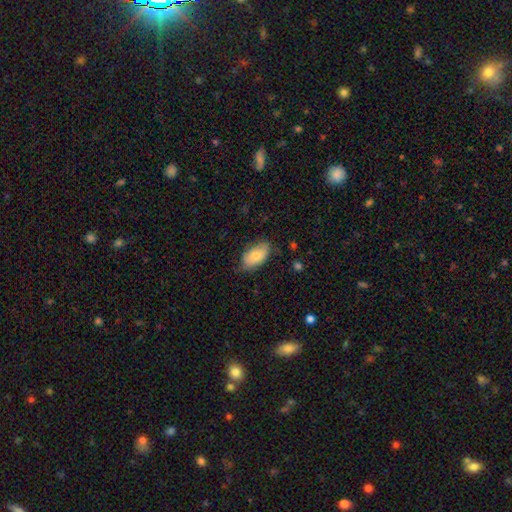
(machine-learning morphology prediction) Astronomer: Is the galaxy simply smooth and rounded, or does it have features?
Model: smooth — 73%.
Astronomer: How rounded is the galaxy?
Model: in between — 93%.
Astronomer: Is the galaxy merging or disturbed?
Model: none — 69%.